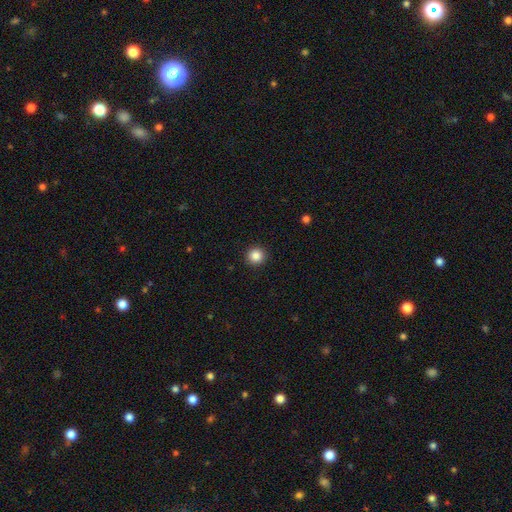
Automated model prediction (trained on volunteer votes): Smooth or featured: smooth — 86% (star or artifact — 10%)
How rounded: round — 94% (in between — 5%)
Merging: none — 93% (minor disturbance — 5%)